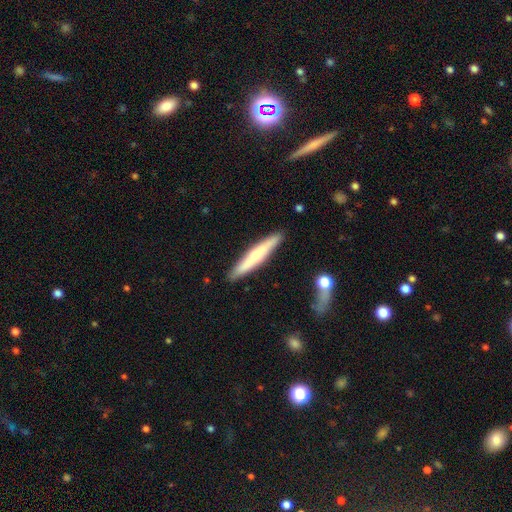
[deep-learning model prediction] smooth-or-featured: smooth: 53% | featured or disk: 42% | star or artifact: 6%
  how-rounded: cigar-shaped: 93% | in between: 6% | round: 1%
  merging: none: 88% | minor disturbance: 9% | merger: 2% | major disturbance: 2%